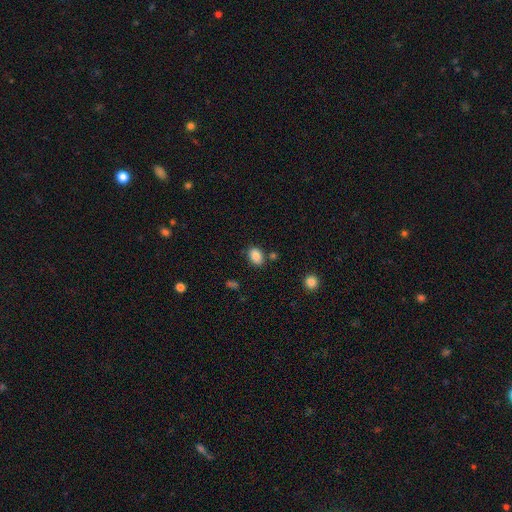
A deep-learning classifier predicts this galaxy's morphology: type=smooth (85%); roundness=in between (77%); merging=none (77%).